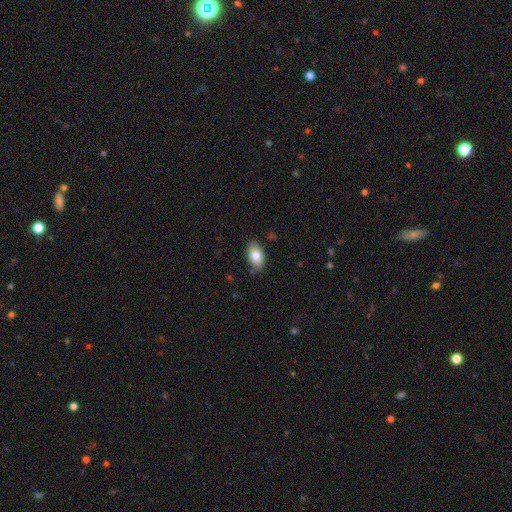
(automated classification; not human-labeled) Smooth or featured? smooth (81%)
How rounded? in between (92%)
Merging? none (82%)